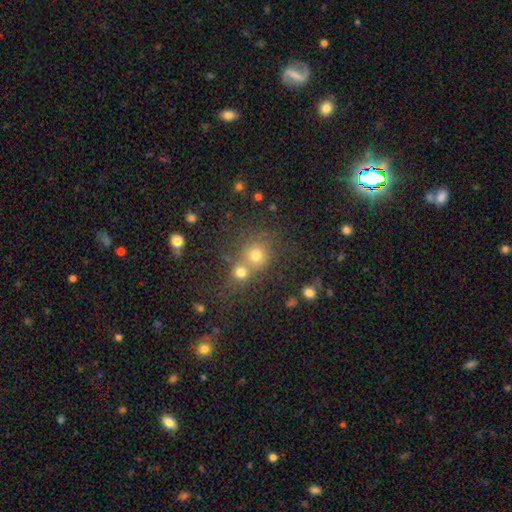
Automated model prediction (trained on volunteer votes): Morphology: type=smooth (70%); roundness=round (87%); merging=none (52%).